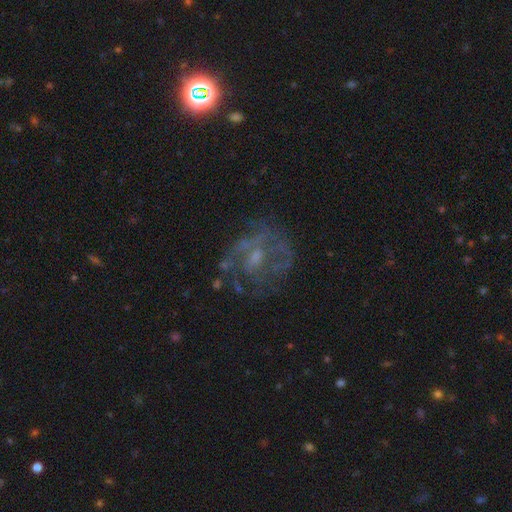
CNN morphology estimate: smooth-or-featured: featured or disk: 72% | smooth: 15% | star or artifact: 14%
  disk-edge-on: no: 97% | yes: 3%
    bar: no: 51% | weak: 40% | strong: 9%
    has-spiral-arms: yes: 58% | no: 42%
    bulge-size: small: 44% | moderate: 33% | none: 19% | large: 2% | dominant: 1%
  merging: none: 59% | major disturbance: 21% | minor disturbance: 18% | merger: 3%